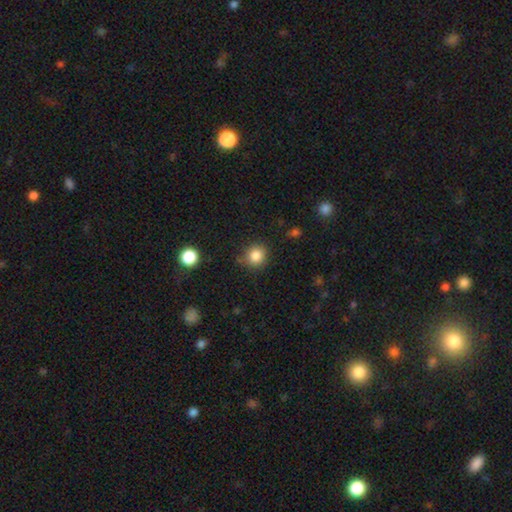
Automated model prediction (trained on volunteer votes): Overall: smooth (85%). How rounded: round (87%). Merging: none (80%).